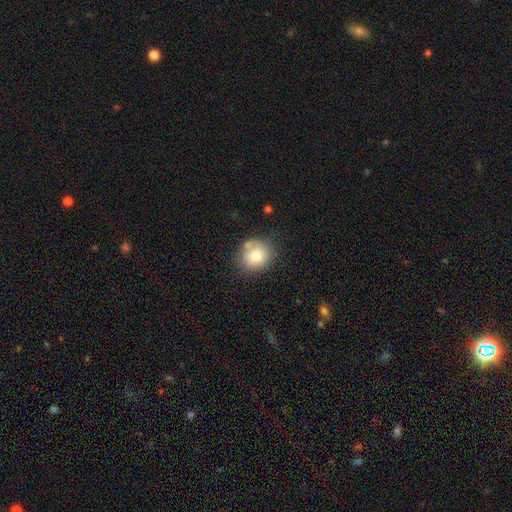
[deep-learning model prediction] The model was most divided on "merging": none: 67%, minor disturbance: 18%, merger: 9%, major disturbance: 5%. More confident: how rounded — round (75%); smooth or featured — smooth (75%).